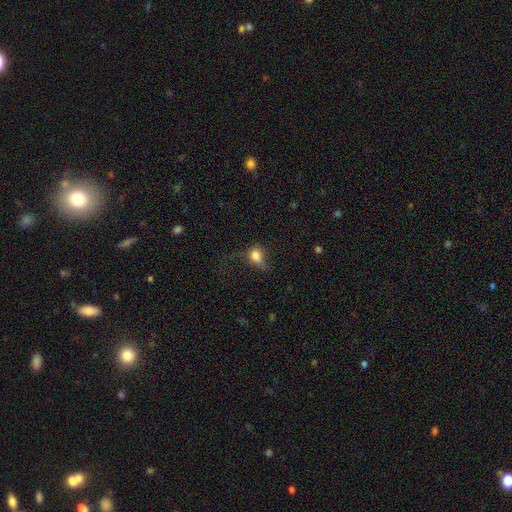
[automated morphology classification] A smooth galaxy with no disk features (77%) that is round (53%).

Vote fractions:
- Smooth or featured? smooth: 77% / featured or disk: 11% / star or artifact: 11%
- How rounded? round: 53% / in between: 45% / cigar-shaped: 2%
- Merging? none: 39% / major disturbance: 29% / minor disturbance: 29% / merger: 3%